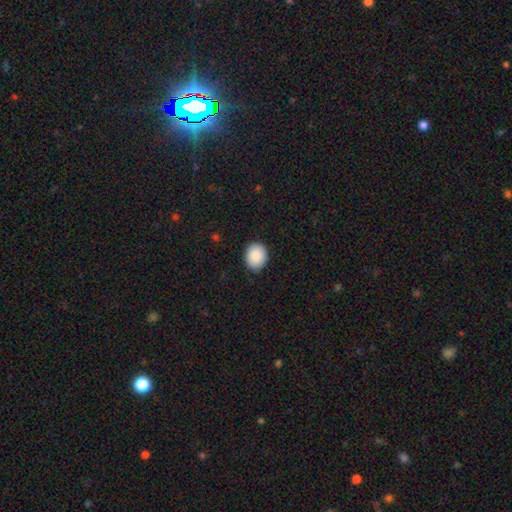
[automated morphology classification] Smooth or featured?
  - smooth: 89% *
  - star or artifact: 7%
  - featured or disk: 4%
How rounded?
  - round: 56% *
  - in between: 43%
  - cigar-shaped: 1%
Merging?
  - none: 86% *
  - minor disturbance: 11%
  - major disturbance: 2%
  - merger: 1%